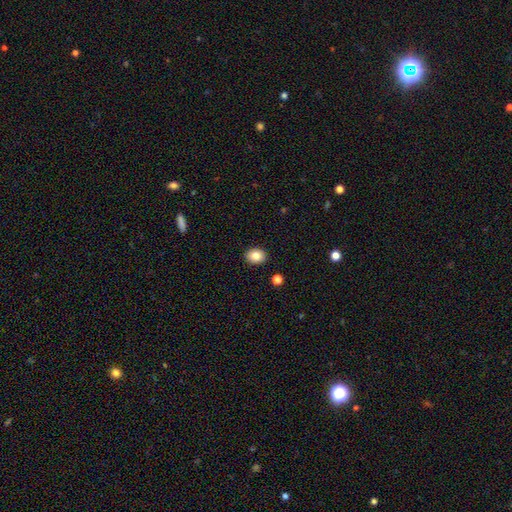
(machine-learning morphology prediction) This appears to be a smooth galaxy with no disk features (83%) that is in between round and cigar-shaped (58%). Merging: none (90%).